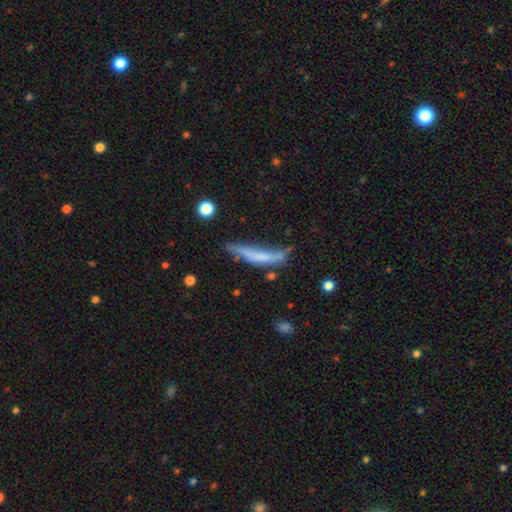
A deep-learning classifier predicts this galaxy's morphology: The model was most divided on "merging": none: 37%, minor disturbance: 31%, major disturbance: 22%, merger: 10%. More confident: how rounded — cigar-shaped (85%); smooth or featured — smooth (56%).